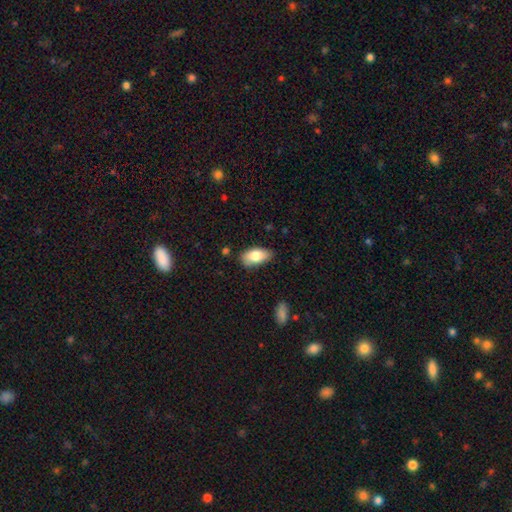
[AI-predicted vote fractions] Overall: smooth (81%). How rounded: in between (93%). Merging: none (70%).